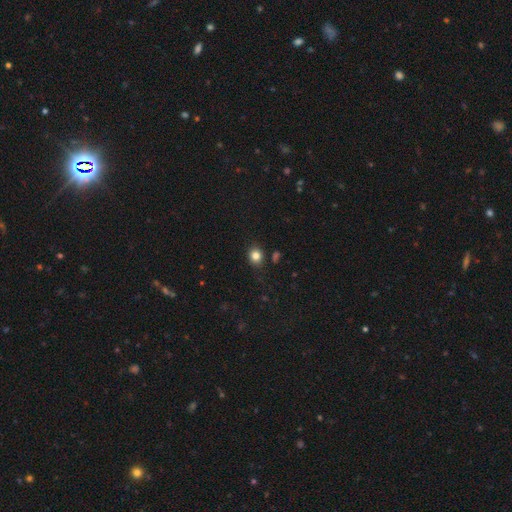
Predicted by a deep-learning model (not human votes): Morphology: type=smooth (83%); roundness=round (68%); merging=none (84%).